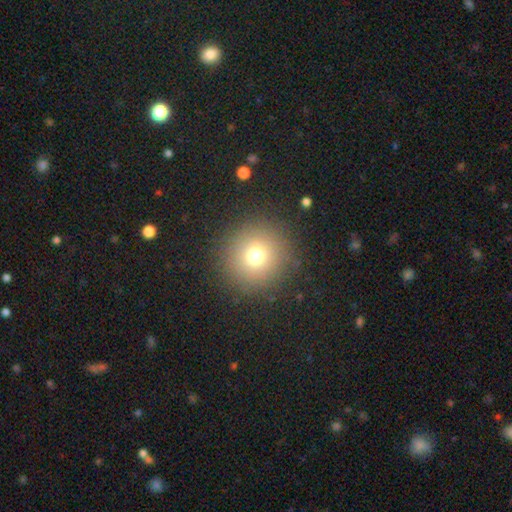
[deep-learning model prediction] Smooth or featured: smooth — 72% (star or artifact — 18%)
How rounded: round — 95% (in between — 4%)
Merging: none — 89% (minor disturbance — 6%)